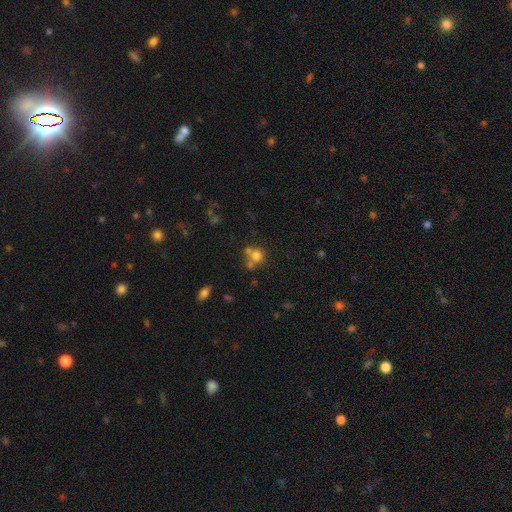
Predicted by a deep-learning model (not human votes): Smooth or featured?
  - smooth: 70% *
  - star or artifact: 16%
  - featured or disk: 14%
How rounded?
  - round: 84% *
  - in between: 15%
  - cigar-shaped: 1%
Merging?
  - none: 48% *
  - merger: 38%
  - minor disturbance: 9%
  - major disturbance: 5%